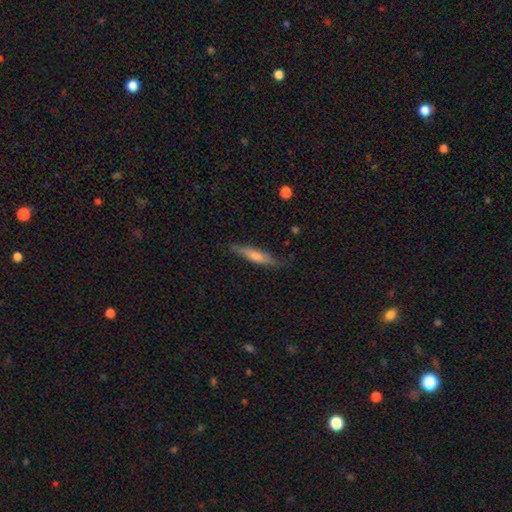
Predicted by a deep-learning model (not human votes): A smooth galaxy with no disk features (48%). Merging: none (81%).